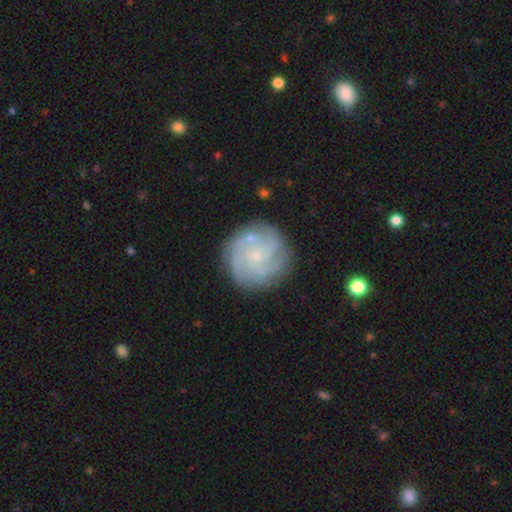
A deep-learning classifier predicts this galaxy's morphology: This appears to be a featured or disk galaxy (76%) with no bar (75%), 4 (33%) tight (65%) spiral arms (94%) and a small central bulge (77%). Merging: none (81%).